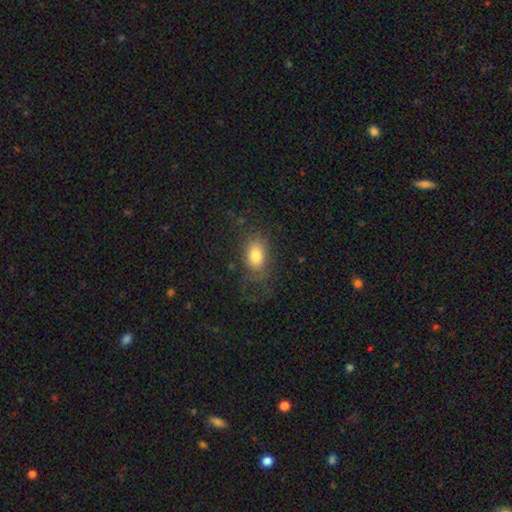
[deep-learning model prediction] smooth 75%, featured or disk 15%, star or artifact 10%. Down the decision tree: how rounded — in between (82%); merging — none (55%).